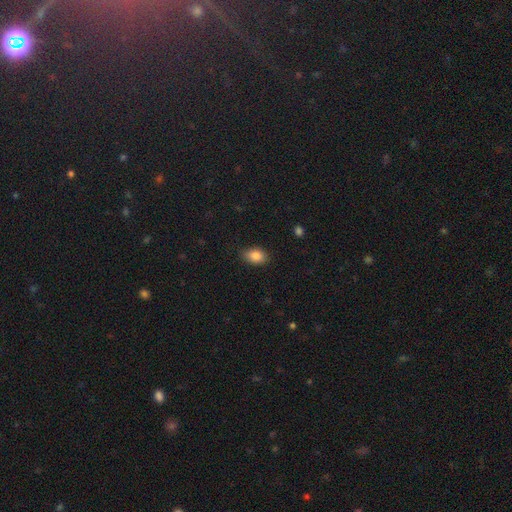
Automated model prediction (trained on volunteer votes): Morphology: type=smooth (86%); roundness=in between (82%); merging=none (83%).